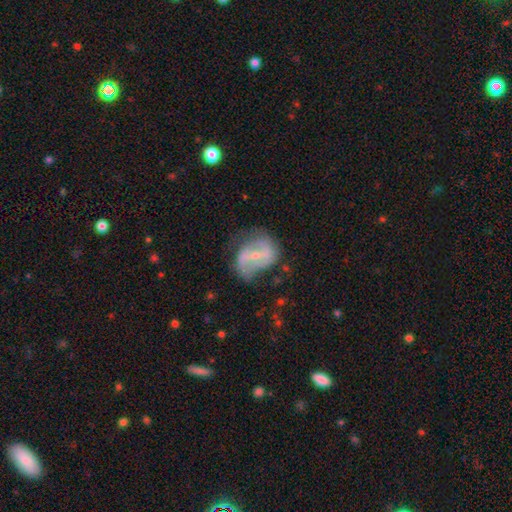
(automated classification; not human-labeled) This appears to be a featured or disk galaxy (76%) with a weak bar (42%), 2 (77%) medium (43%) spiral arms (82%) and a small central bulge (64%). Merging: none (53%).